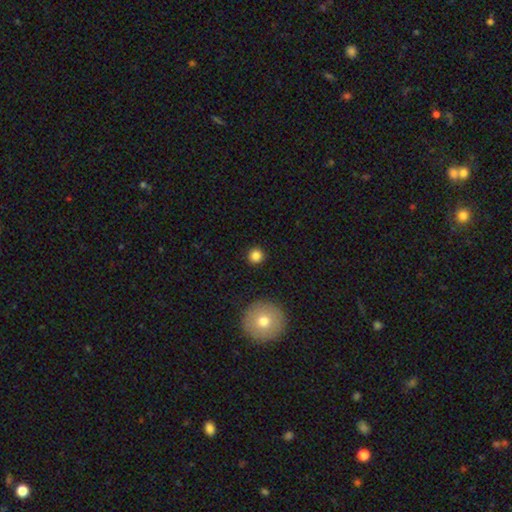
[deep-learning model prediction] Smooth or featured? smooth (84%)
How rounded? round (94%)
Merging? none (91%)